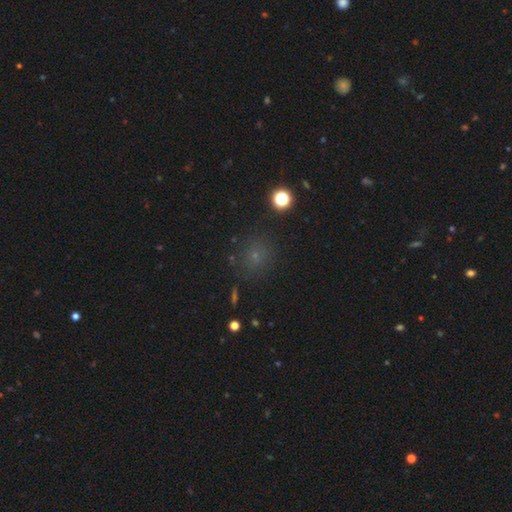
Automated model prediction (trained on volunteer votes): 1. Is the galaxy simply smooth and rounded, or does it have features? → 60% smooth, 32% star or artifact, 9% featured or disk.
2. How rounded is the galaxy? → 89% round, 10% in between, 1% cigar-shaped.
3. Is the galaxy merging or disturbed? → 84% none, 9% minor disturbance, 4% major disturbance, 3% merger.